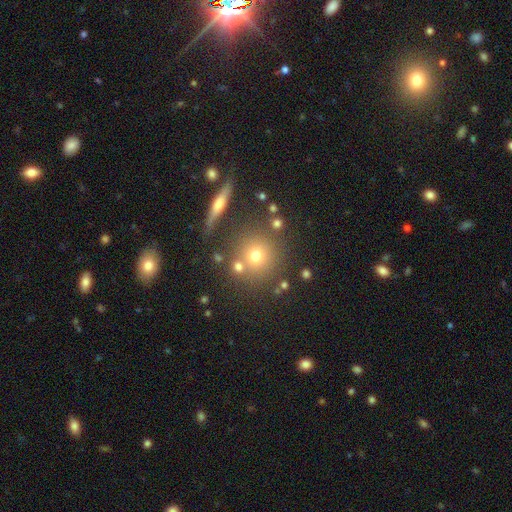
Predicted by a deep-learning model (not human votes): Smooth or featured? Predicted: smooth (p=0.65). How rounded? Predicted: round (p=0.91). Merging? Predicted: none (p=0.76).